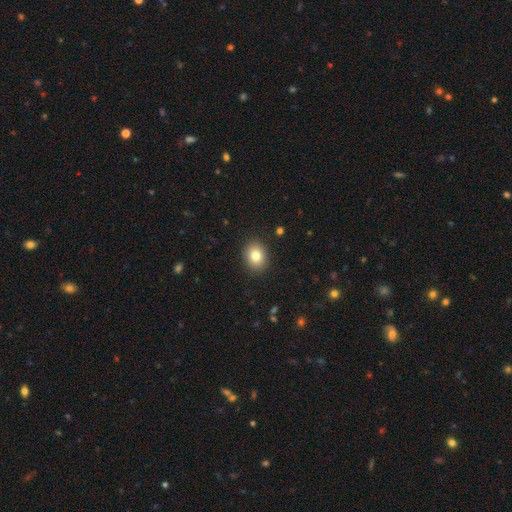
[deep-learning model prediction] A smooth galaxy with no disk features (81%) that is round (57%). Merging: none (90%).